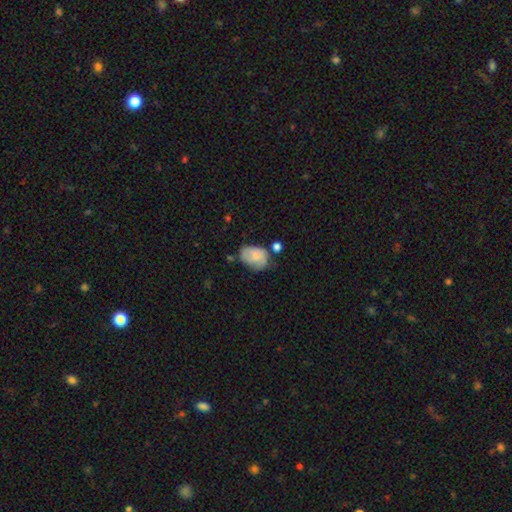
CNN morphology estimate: This is likely a smooth galaxy (69%). How rounded: likely in between (75%). Merging: marginally none (40%).